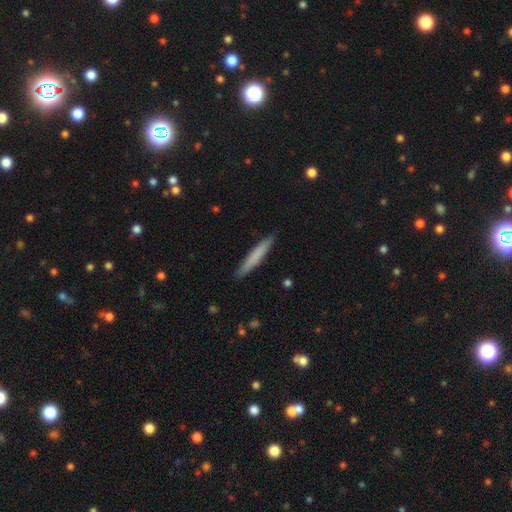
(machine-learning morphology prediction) Smooth or featured? smooth (75%)
How rounded? cigar-shaped (95%)
Merging? none (91%)